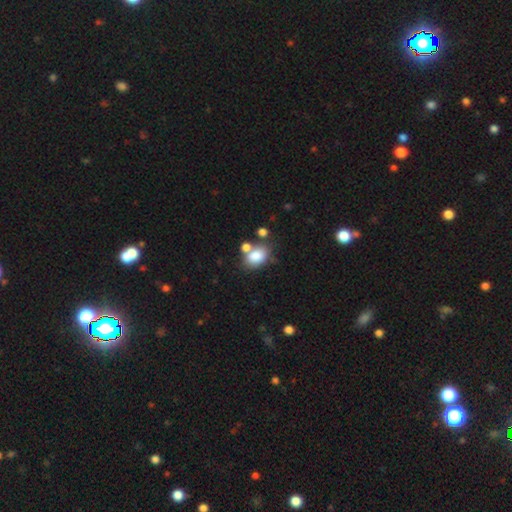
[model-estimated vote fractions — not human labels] smooth-or-featured: smooth: 80% | featured or disk: 10% | star or artifact: 10%
  how-rounded: in between: 76% | round: 23% | cigar-shaped: 1%
  merging: none: 52% | merger: 28% | minor disturbance: 15% | major disturbance: 5%